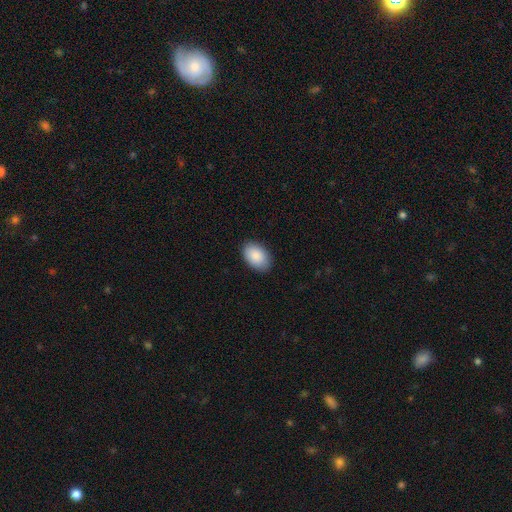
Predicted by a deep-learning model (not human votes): A smooth galaxy with no disk features (89%) that is in between round and cigar-shaped (91%).

Vote fractions:
- Smooth or featured? smooth: 89% / star or artifact: 6% / featured or disk: 5%
- How rounded? in between: 91% / round: 7% / cigar-shaped: 1%
- Merging? none: 88% / minor disturbance: 9% / major disturbance: 2% / merger: 1%